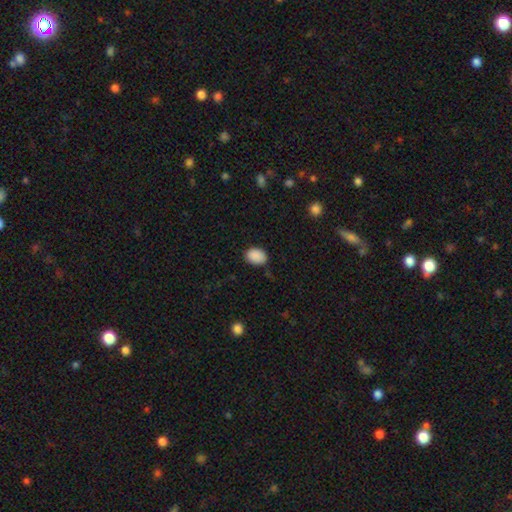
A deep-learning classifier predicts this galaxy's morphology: Smooth or featured? smooth (90%)
How rounded? in between (73%)
Merging? none (82%)